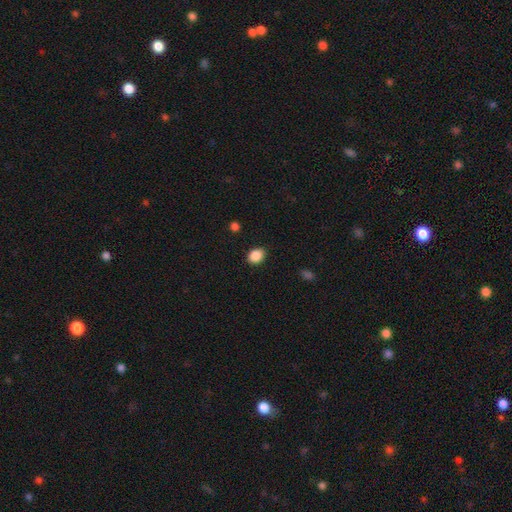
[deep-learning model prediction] Smooth or featured? Predicted: smooth (p=0.88). How rounded? Predicted: in between (p=0.56). Merging? Predicted: none (p=0.87).